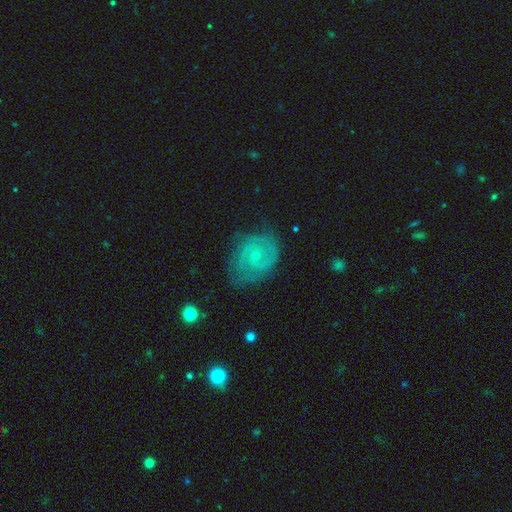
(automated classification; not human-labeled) Q: Smooth or featured?
A: featured or disk (74%); runner-up: smooth (19%)
Q: Edge-on disk?
A: no (98%); runner-up: yes (2%)
Q: Bar?
A: no (61%); runner-up: weak (35%)
Q: Spiral arms?
A: yes (90%); runner-up: no (10%)
Q: Spiral winding?
A: tight (52%); runner-up: medium (38%)
Q: Spiral arm count?
A: 2 (56%); runner-up: can't tell (25%)
Q: Bulge size?
A: small (74%); runner-up: moderate (19%)
Q: Merging?
A: none (63%); runner-up: minor disturbance (25%)